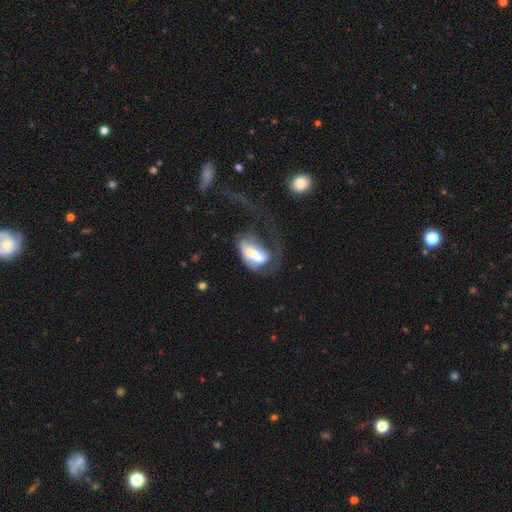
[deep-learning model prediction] A featured or disk galaxy (46%, tied with smooth). Merging: major disturbance (60%).